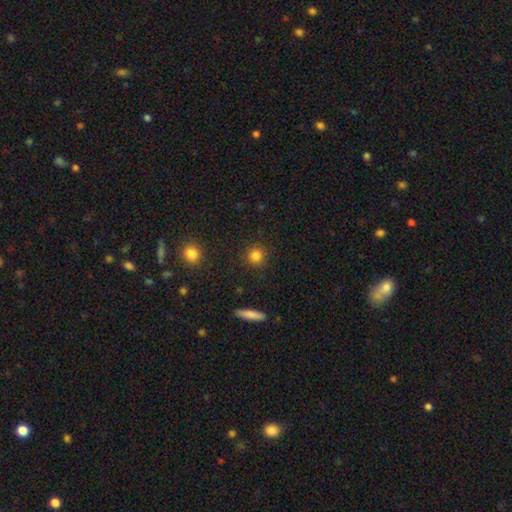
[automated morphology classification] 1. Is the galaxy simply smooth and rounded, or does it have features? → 83% smooth, 12% star or artifact, 5% featured or disk.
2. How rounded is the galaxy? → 92% round, 6% in between, 1% cigar-shaped.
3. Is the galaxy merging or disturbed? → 89% none, 7% minor disturbance, 2% major disturbance, 2% merger.